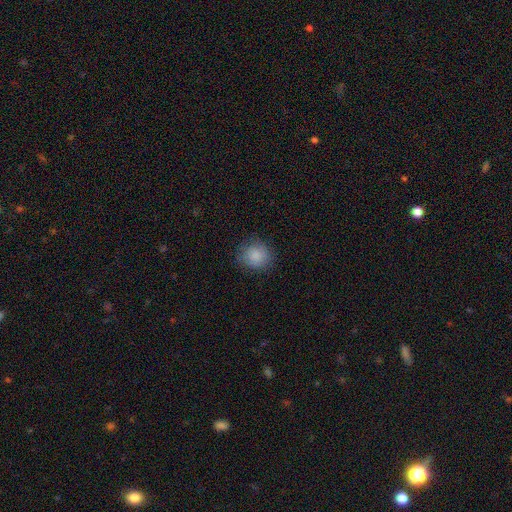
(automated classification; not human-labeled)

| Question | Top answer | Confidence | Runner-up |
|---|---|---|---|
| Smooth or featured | smooth | 86% | star or artifact (8%) |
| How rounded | round | 84% | in between (15%) |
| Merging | none | 82% | minor disturbance (13%) |